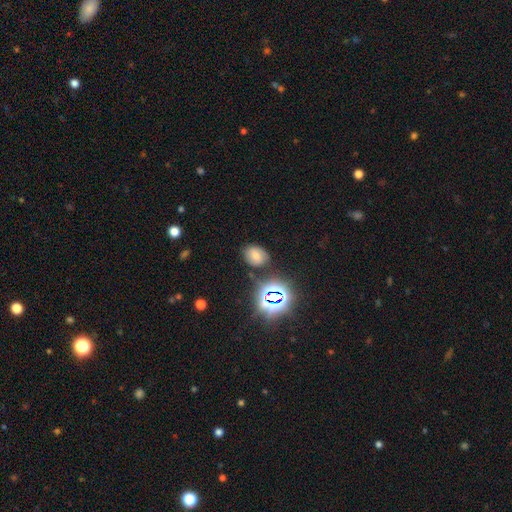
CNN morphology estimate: smooth-or-featured: smooth: 60% | star or artifact: 25% | featured or disk: 15%
  how-rounded: in between: 61% | round: 38% | cigar-shaped: 1%
  merging: none: 77% | minor disturbance: 14% | major disturbance: 4% | merger: 4%